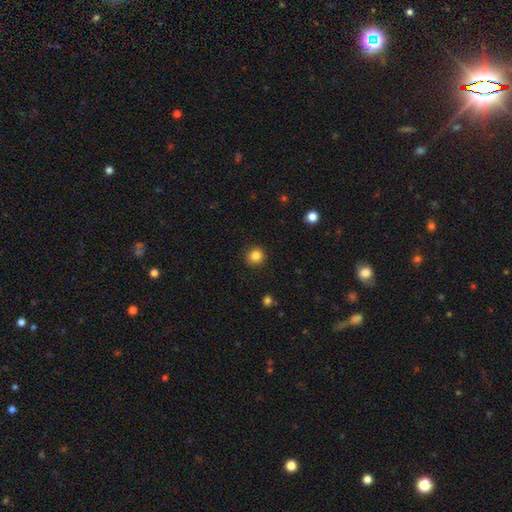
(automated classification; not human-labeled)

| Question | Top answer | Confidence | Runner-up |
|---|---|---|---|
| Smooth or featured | smooth | 84% | star or artifact (11%) |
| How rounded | round | 92% | in between (7%) |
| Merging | none | 91% | minor disturbance (6%) |